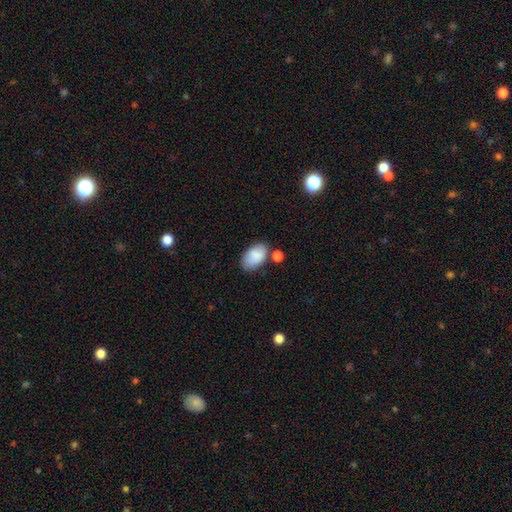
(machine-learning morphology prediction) Smooth or featured? Predicted: smooth (p=0.85). How rounded? Predicted: in between (p=0.93). Merging? Predicted: none (p=0.65).